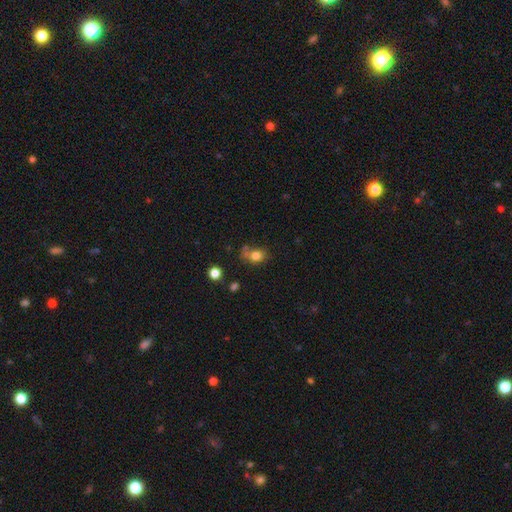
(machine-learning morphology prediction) smooth_or_featured: smooth (p=0.79) [alt: star or artifact p=0.12]
how_rounded: in between (p=0.50) [alt: round p=0.49]
merging: none (p=0.56) [alt: minor disturbance p=0.21]